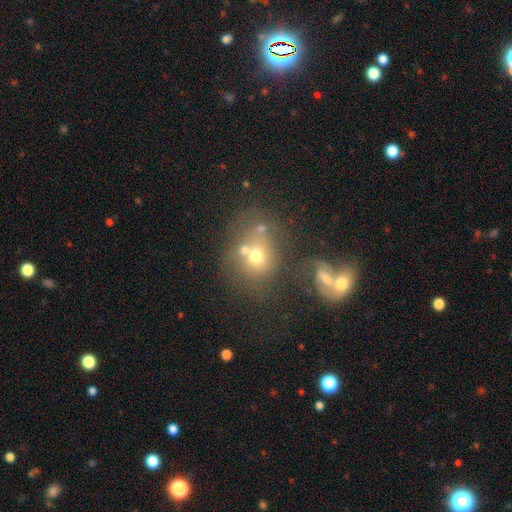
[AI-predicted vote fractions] smooth-or-featured: smooth: 58% | featured or disk: 25% | star or artifact: 17%
  how-rounded: round: 63% | in between: 36% | cigar-shaped: 1%
  merging: merger: 42% | none: 36% | minor disturbance: 12% | major disturbance: 10%